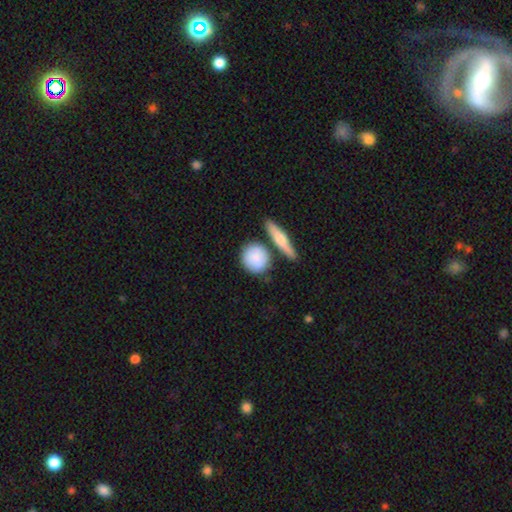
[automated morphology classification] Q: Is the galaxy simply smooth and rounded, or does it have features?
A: smooth — 83%.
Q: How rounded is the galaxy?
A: round — 79%.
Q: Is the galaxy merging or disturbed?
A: none — 72%.